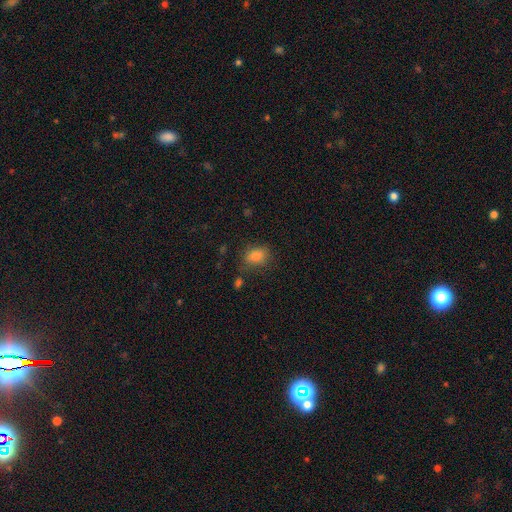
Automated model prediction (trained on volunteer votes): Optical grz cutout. It shows a smooth galaxy with no disk features (82%) that is in between round and cigar-shaped (74%). Merging: none (75%).